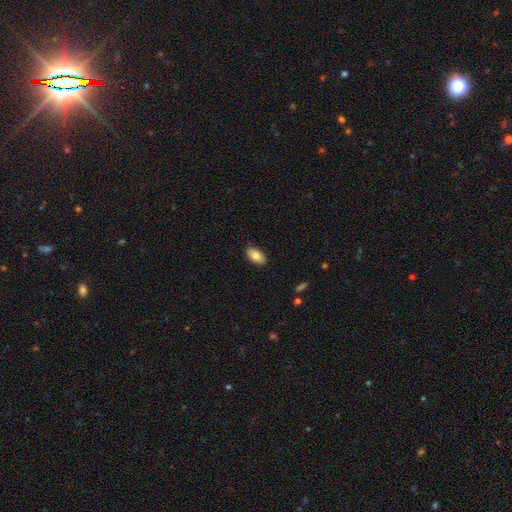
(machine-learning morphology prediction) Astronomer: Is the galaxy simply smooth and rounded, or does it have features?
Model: smooth — 82%.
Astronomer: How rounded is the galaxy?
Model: in between — 94%.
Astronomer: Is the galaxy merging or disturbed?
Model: none — 84%.